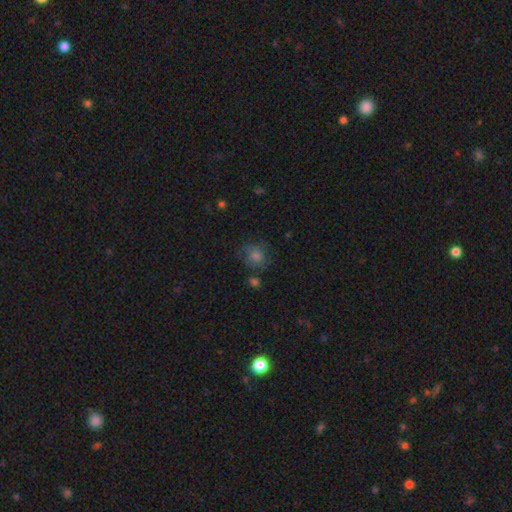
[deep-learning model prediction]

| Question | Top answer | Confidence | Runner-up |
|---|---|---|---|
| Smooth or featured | smooth | 53% | featured or disk (25%) |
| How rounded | round | 78% | in between (21%) |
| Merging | none | 66% | minor disturbance (19%) |